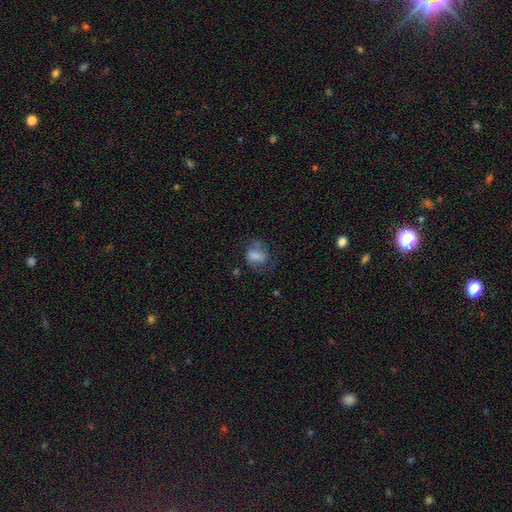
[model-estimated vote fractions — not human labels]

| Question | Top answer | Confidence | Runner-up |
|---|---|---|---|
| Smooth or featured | smooth | 65% | featured or disk (26%) |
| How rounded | in between | 66% | round (32%) |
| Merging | none | 43% | minor disturbance (28%) |